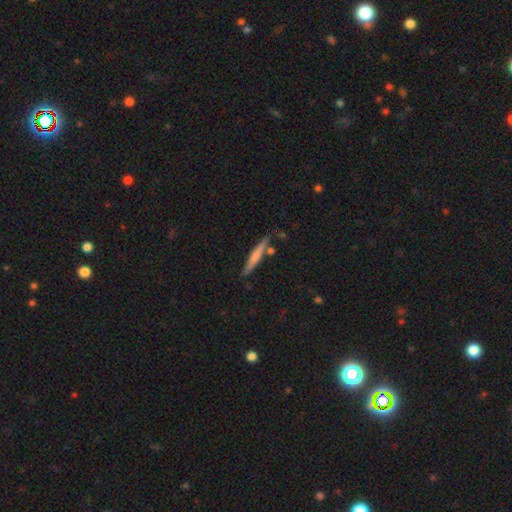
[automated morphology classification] A smooth galaxy with no disk features (56%) that is cigar-shaped (93%).

Vote fractions:
- Smooth or featured? smooth: 56% / featured or disk: 38% / star or artifact: 6%
- How rounded? cigar-shaped: 93% / in between: 5% / round: 2%
- Merging? none: 77% / minor disturbance: 13% / merger: 7% / major disturbance: 3%